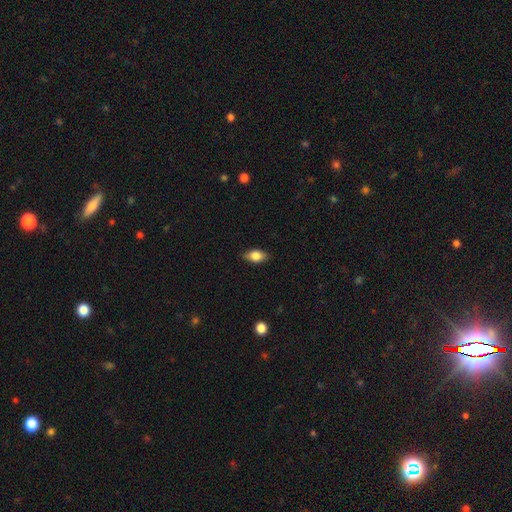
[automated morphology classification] A smooth galaxy with no disk features (77%) that is in between round and cigar-shaped (86%). Merging: none (84%).